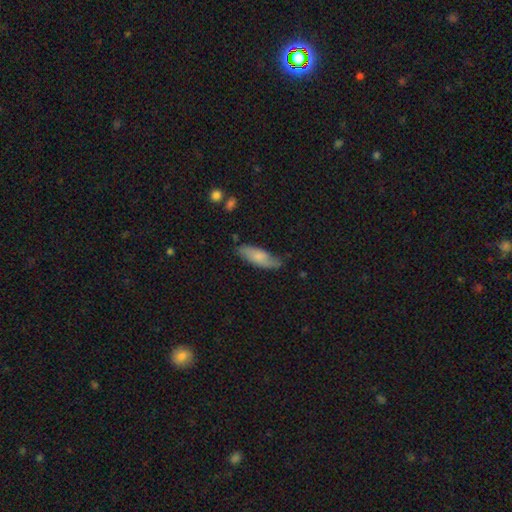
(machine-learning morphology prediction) This appears to be a smooth galaxy with no disk features (65%) that is in between round and cigar-shaped (57%). Merging: none (71%).